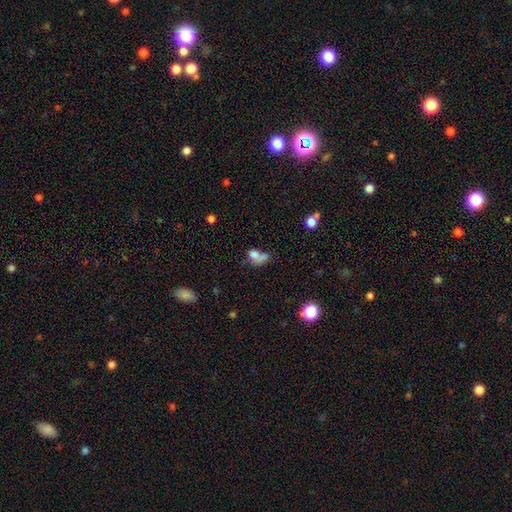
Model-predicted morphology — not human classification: smooth_or_featured: smooth (p=0.69) [alt: featured or disk p=0.17]
how_rounded: in between (p=0.60) [alt: round p=0.37]
merging: merger (p=0.42) [alt: none p=0.24]